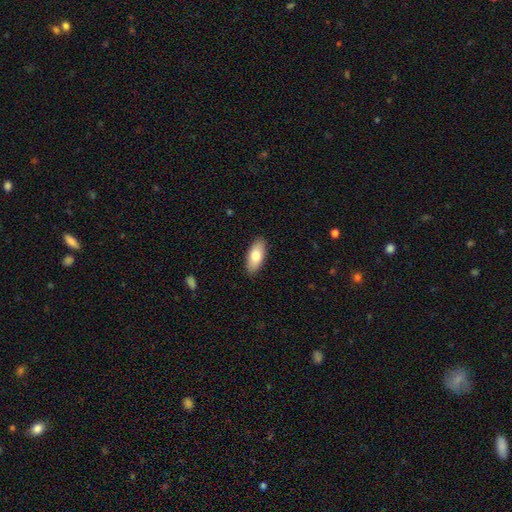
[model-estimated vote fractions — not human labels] The model was most divided on "smooth or featured": smooth: 78%, featured or disk: 16%, star or artifact: 6%. More confident: merging — none (89%); how rounded — in between (88%).